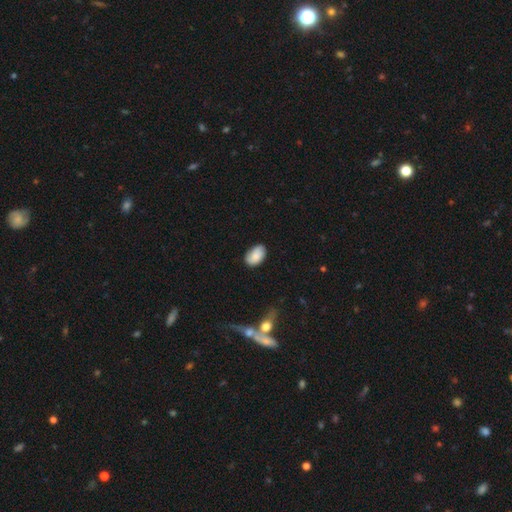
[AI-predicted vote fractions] The model was most divided on "merging": none: 76%, minor disturbance: 20%, major disturbance: 3%, merger: 1%. More confident: how rounded — in between (91%); smooth or featured — smooth (80%).